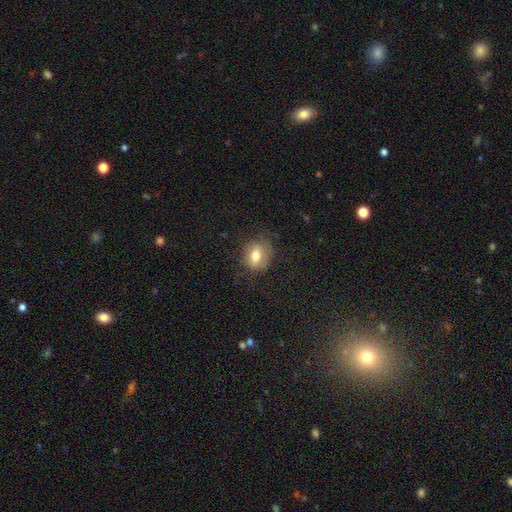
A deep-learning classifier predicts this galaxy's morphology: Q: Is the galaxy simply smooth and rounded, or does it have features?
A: smooth — 72%.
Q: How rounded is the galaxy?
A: in between — 63%.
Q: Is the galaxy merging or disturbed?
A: none — 67%.